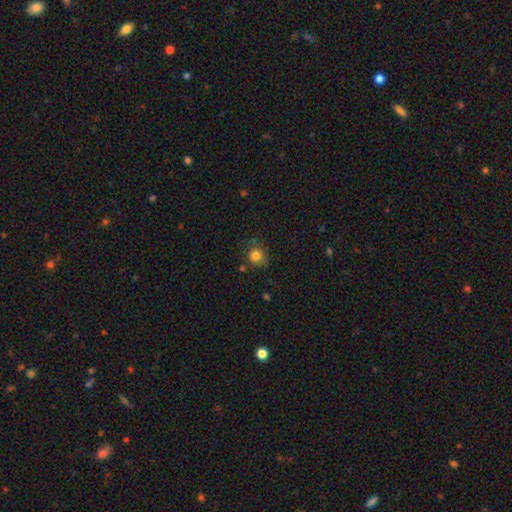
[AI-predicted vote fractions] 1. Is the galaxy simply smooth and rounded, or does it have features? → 82% smooth, 12% star or artifact, 6% featured or disk.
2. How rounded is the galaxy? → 86% round, 13% in between, 1% cigar-shaped.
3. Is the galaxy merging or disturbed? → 71% none, 19% minor disturbance, 6% major disturbance, 5% merger.